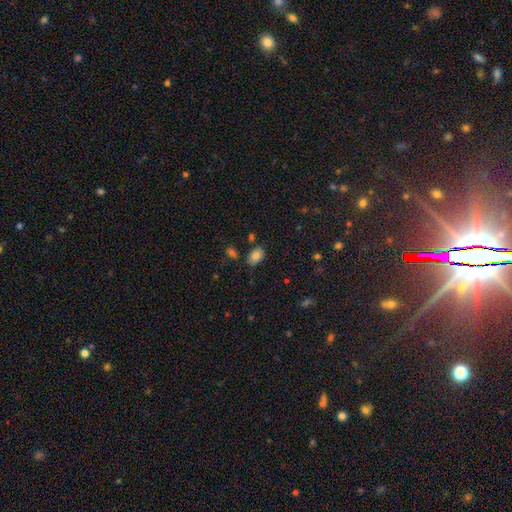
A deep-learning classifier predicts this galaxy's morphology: This appears to be a smooth galaxy with no disk features (82%) that is in between round and cigar-shaped (88%). Merging: none (75%).